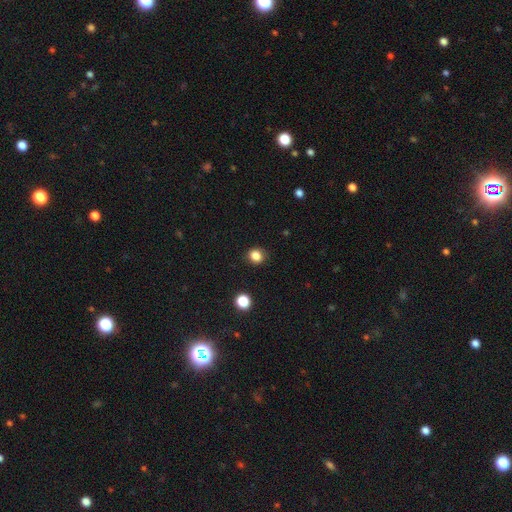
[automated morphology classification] Overall: smooth (84%). How rounded: round (77%). Merging: none (88%).